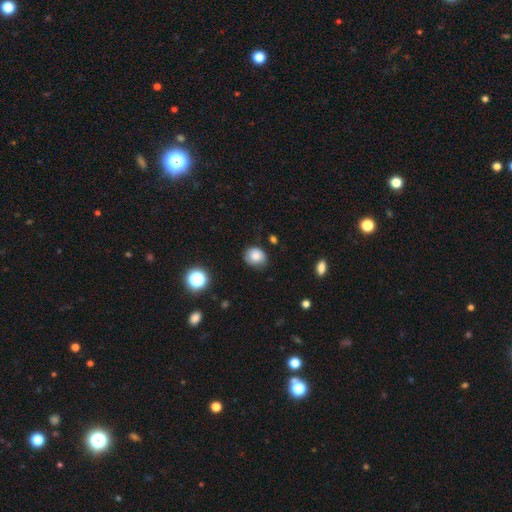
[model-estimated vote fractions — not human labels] Morphology: type=smooth (82%); roundness=round (63%); merging=none (73%).